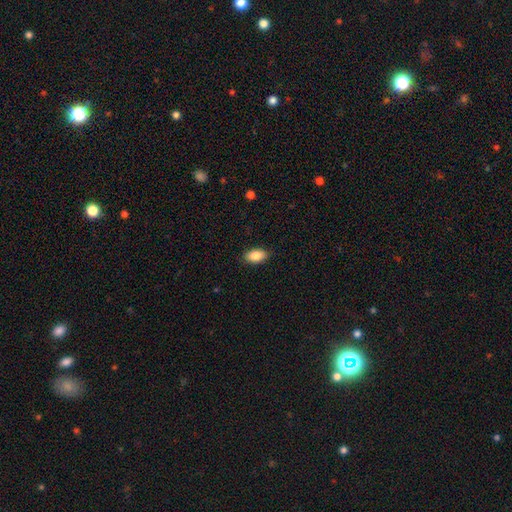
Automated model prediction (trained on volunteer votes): Smooth or featured: smooth — 87% (star or artifact — 7%)
How rounded: in between — 92% (round — 6%)
Merging: none — 87% (minor disturbance — 10%)